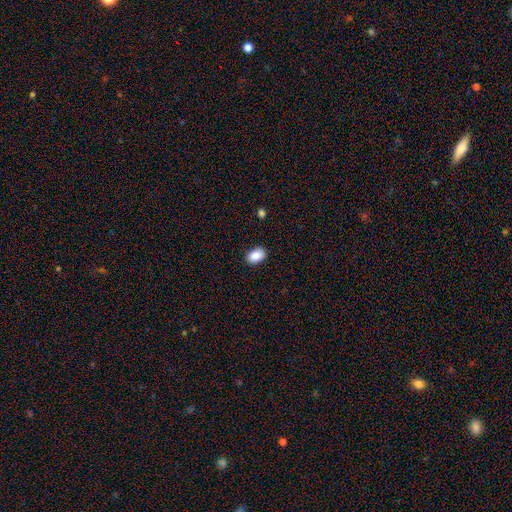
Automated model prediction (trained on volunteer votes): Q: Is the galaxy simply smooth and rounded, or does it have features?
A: smooth — 88%.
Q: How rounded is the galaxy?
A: in between — 85%.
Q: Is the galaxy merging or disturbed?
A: none — 88%.